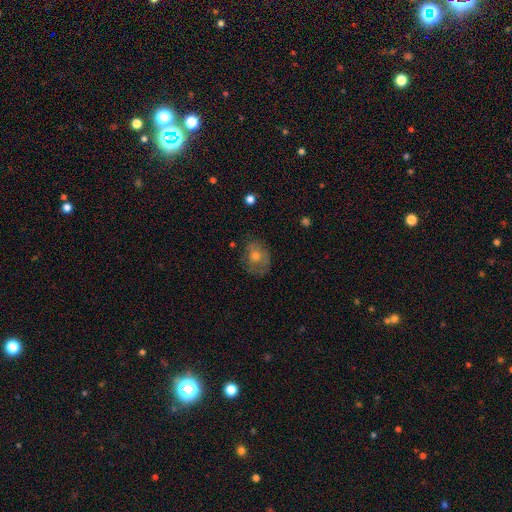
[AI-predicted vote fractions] The model was most divided on "how rounded": in between: 54%, round: 45%, cigar-shaped: 1%. More confident: merging — none (68%); smooth or featured — smooth (54%).